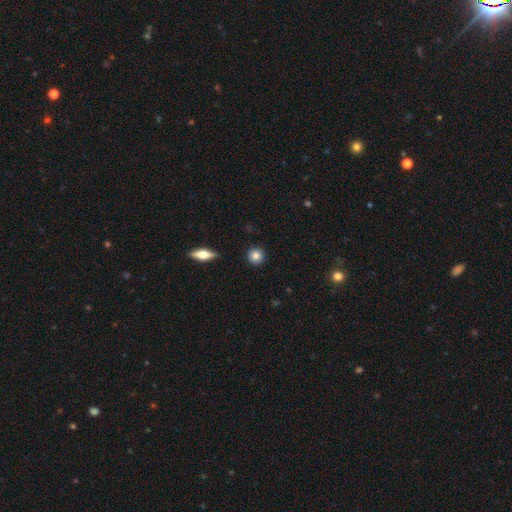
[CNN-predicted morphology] A smooth galaxy with no disk features (84%) that is round (93%). Merging: none (92%).